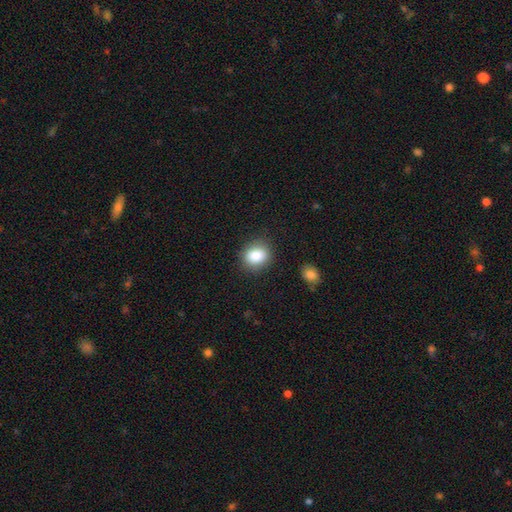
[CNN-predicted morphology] Smooth or featured?
  - smooth: 85% *
  - star or artifact: 9%
  - featured or disk: 6%
How rounded?
  - round: 60% *
  - in between: 39%
  - cigar-shaped: 1%
Merging?
  - none: 85% *
  - minor disturbance: 10%
  - major disturbance: 3%
  - merger: 2%